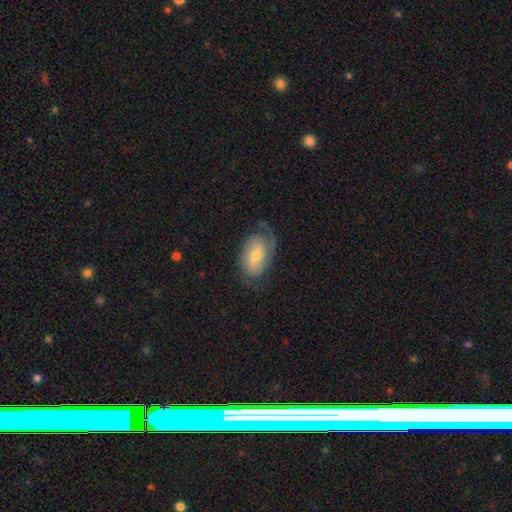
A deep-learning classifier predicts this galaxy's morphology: A smooth galaxy with no disk features (47%, tied with featured or disk). Merging: none (61%).